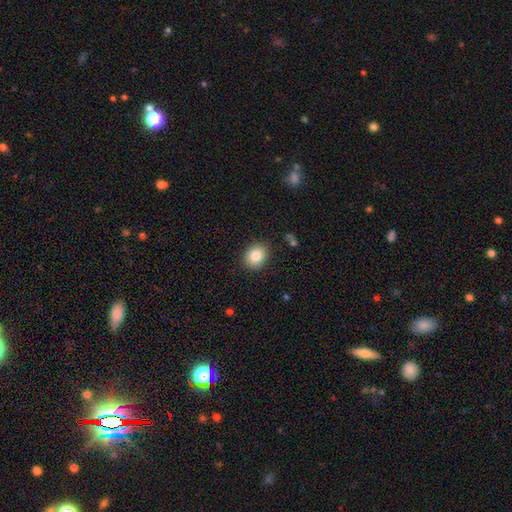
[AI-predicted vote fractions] A smooth galaxy with no disk features (85%) that is round (57%).

Vote fractions:
- Smooth or featured? smooth: 85% / star or artifact: 9% / featured or disk: 7%
- How rounded? round: 57% / in between: 42% / cigar-shaped: 1%
- Merging? none: 87% / minor disturbance: 9% / major disturbance: 2% / merger: 1%